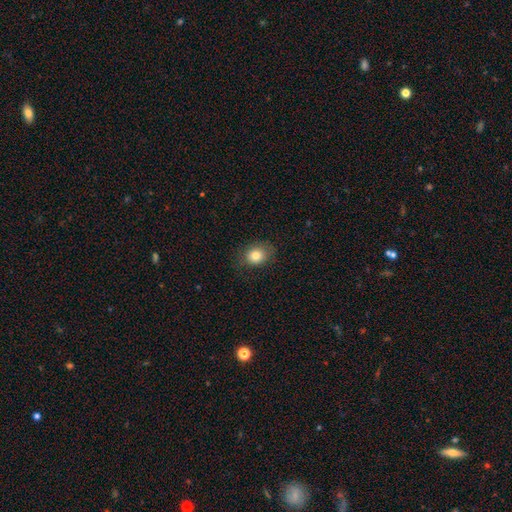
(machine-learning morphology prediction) Smooth or featured? Predicted: smooth (p=0.82). How rounded? Predicted: round (p=0.52). Merging? Predicted: none (p=0.80).